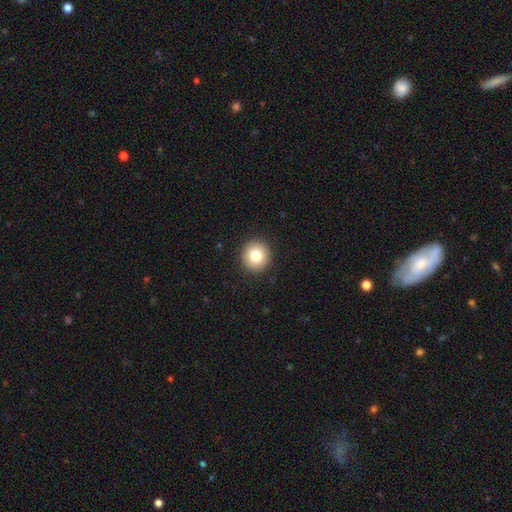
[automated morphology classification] A smooth galaxy with no disk features (81%) that is round (93%). Merging: none (93%).